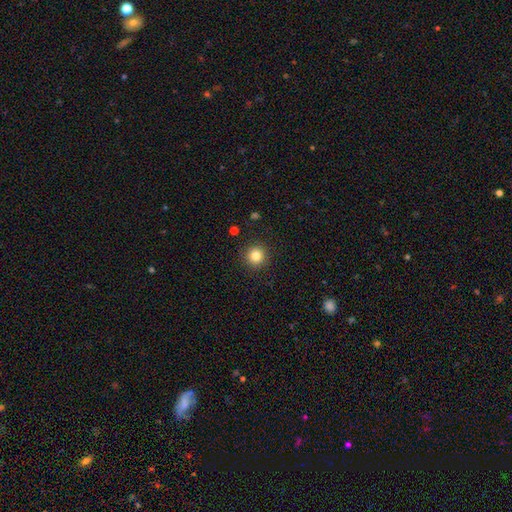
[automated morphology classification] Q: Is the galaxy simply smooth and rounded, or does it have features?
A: smooth — 83%.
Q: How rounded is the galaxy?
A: round — 95%.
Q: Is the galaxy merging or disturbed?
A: none — 91%.